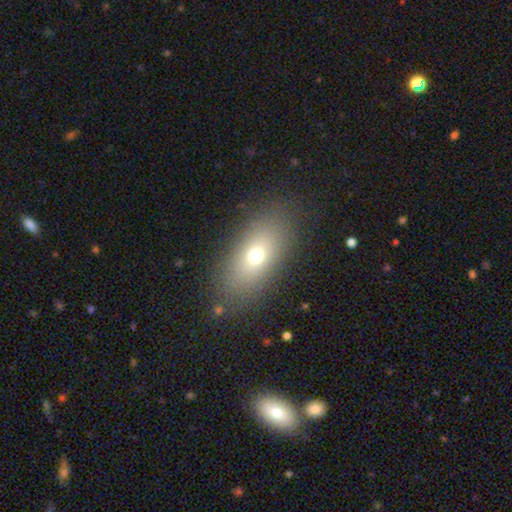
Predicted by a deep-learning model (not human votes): A smooth galaxy with no disk features (67%) that is in between round and cigar-shaped (82%).

Vote fractions:
- Smooth or featured? smooth: 67% / featured or disk: 19% / star or artifact: 13%
- How rounded? in between: 82% / round: 9% / cigar-shaped: 9%
- Merging? none: 84% / minor disturbance: 10% / major disturbance: 5% / merger: 1%